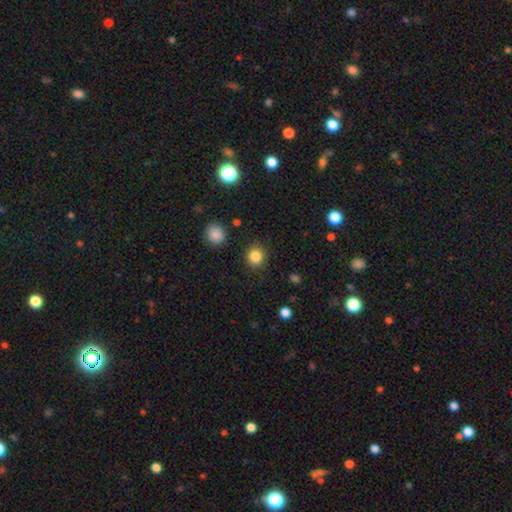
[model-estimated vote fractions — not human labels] Morphology: type=smooth (84%); roundness=round (87%); merging=none (89%).